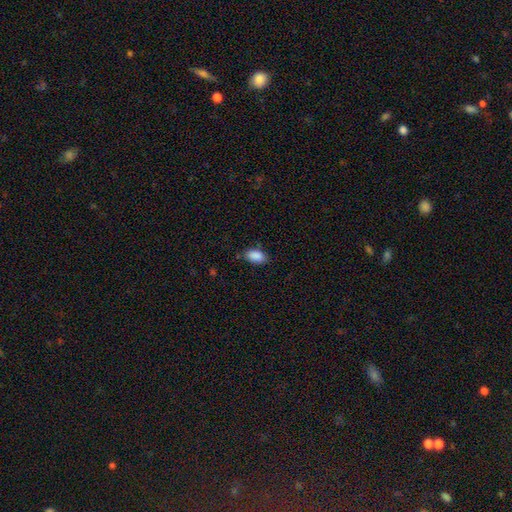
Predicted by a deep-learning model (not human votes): smooth_or_featured: smooth (p=0.89) [alt: star or artifact p=0.07]
how_rounded: in between (p=0.93) [alt: round p=0.04]
merging: none (p=0.80) [alt: minor disturbance p=0.15]